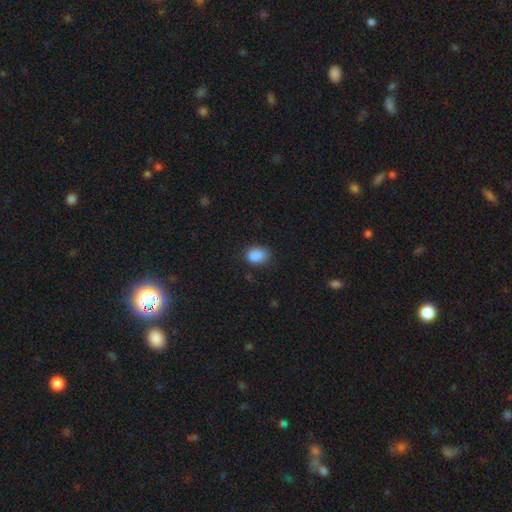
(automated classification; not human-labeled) Smooth or featured? Predicted: smooth (p=0.87). How rounded? Predicted: in between (p=0.74). Merging? Predicted: none (p=0.73).